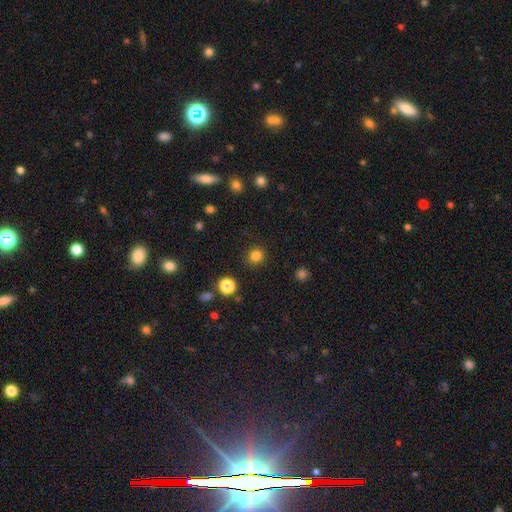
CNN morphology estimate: Smooth or featured: smooth — 82% (star or artifact — 13%)
How rounded: round — 89% (in between — 10%)
Merging: none — 90% (minor disturbance — 6%)